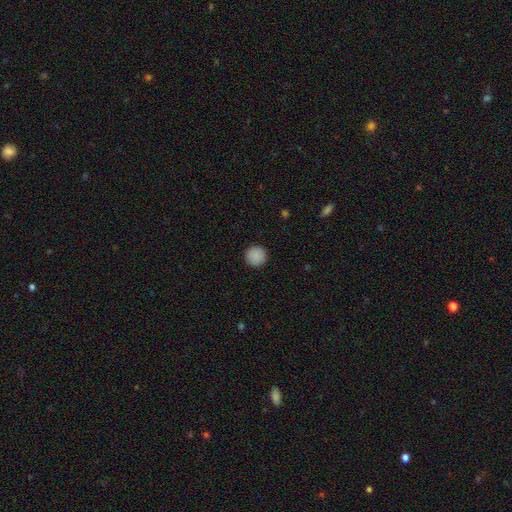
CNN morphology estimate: smooth-or-featured: smooth: 89% | star or artifact: 8% | featured or disk: 3%
  how-rounded: round: 96% | in between: 3% | cigar-shaped: 1%
  merging: none: 93% | minor disturbance: 4% | major disturbance: 2% | merger: 1%